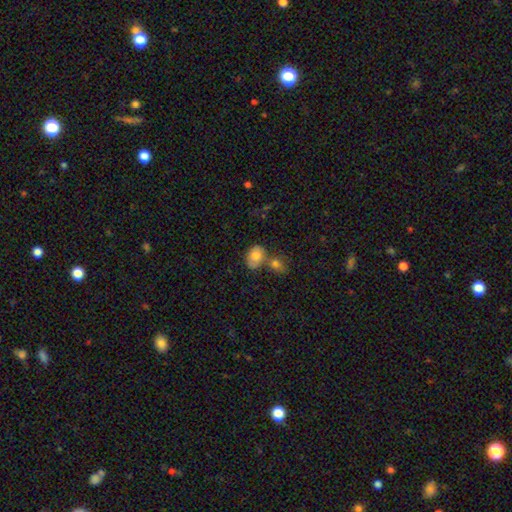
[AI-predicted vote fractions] A smooth galaxy with no disk features (78%) that is in between round and cigar-shaped (73%).

Vote fractions:
- Smooth or featured? smooth: 78% / featured or disk: 14% / star or artifact: 8%
- How rounded? in between: 73% / round: 25% / cigar-shaped: 1%
- Merging? merger: 40% / none: 39% / minor disturbance: 15% / major disturbance: 6%